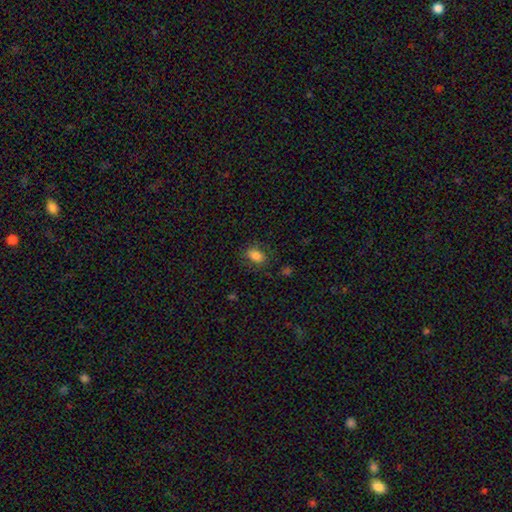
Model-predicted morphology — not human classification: Smooth or featured? smooth (84%)
How rounded? in between (82%)
Merging? none (79%)